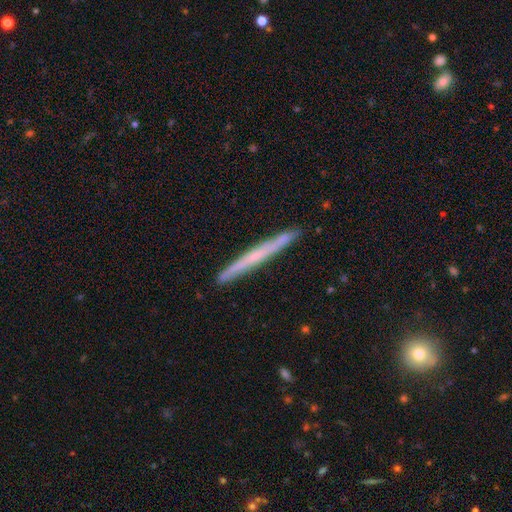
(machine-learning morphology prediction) A featured or disk galaxy (54%) viewed edge-on (96%) with no central bulge (72%).

Vote fractions:
- Smooth or featured? featured or disk: 54% / smooth: 40% / star or artifact: 6%
- Edge-on disk? yes: 96% / no: 4%
- Edge-on bulge? none: 72% / rounded: 21% / boxy: 6%
- Merging? none: 90% / minor disturbance: 8% / merger: 1% / major disturbance: 1%